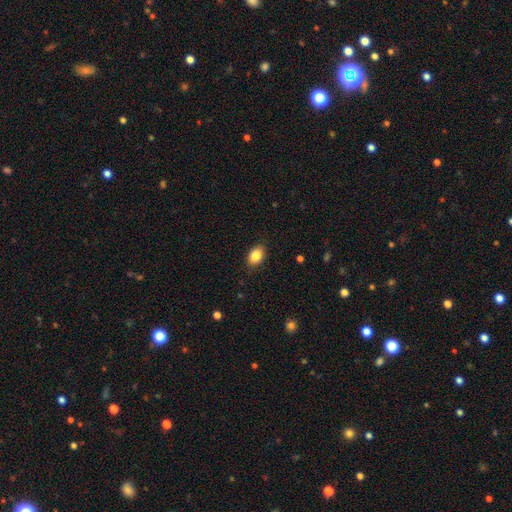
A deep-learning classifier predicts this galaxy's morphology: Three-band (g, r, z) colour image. It shows a smooth galaxy with no disk features (86%) that is in between round and cigar-shaped (85%). Merging: none (87%).